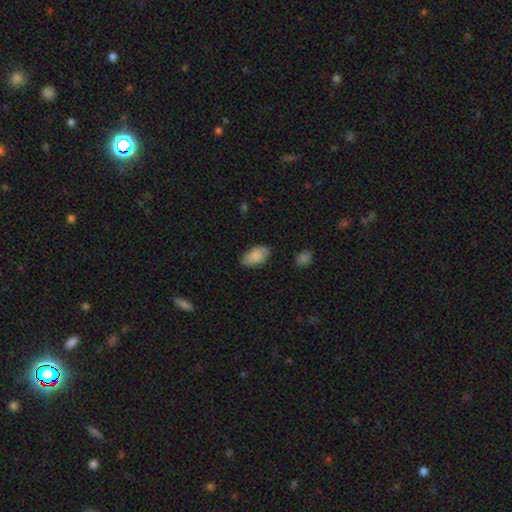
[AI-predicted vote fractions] The model was most divided on "merging": none: 75%, minor disturbance: 20%, major disturbance: 4%, merger: 2%. More confident: how rounded — in between (94%); smooth or featured — smooth (84%).